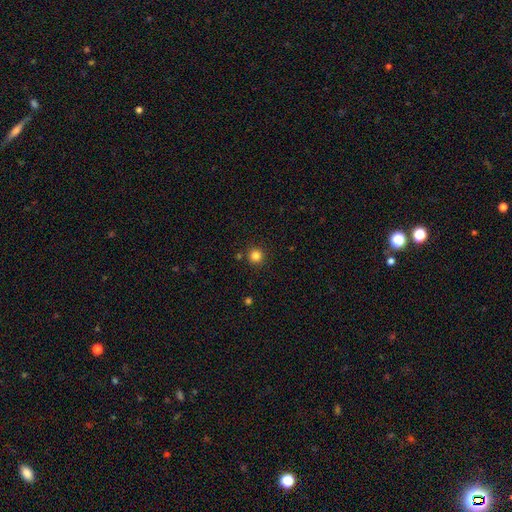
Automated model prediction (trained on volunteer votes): smooth_or_featured: smooth (p=0.83) [alt: star or artifact p=0.13]
how_rounded: round (p=0.95) [alt: in between p=0.04]
merging: none (p=0.89) [alt: minor disturbance p=0.06]